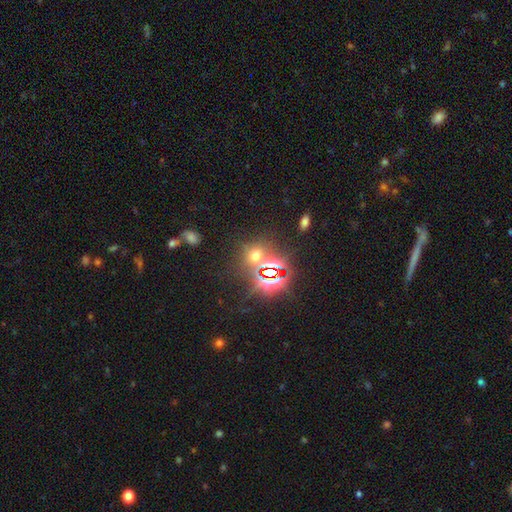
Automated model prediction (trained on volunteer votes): star or artifact 55%, smooth 36%, featured or disk 9%.